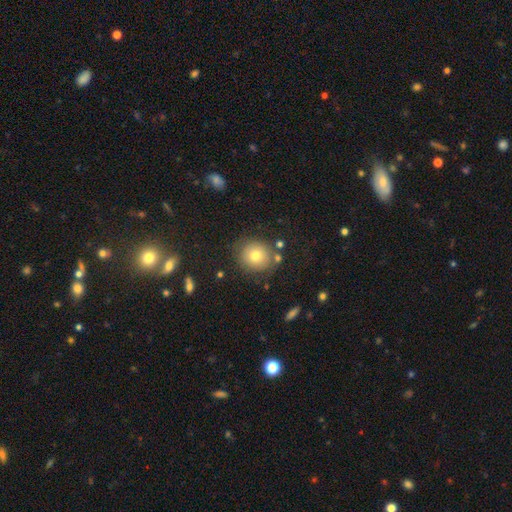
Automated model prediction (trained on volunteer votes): This is likely a smooth galaxy (75%). How rounded: clearly round (86%). Merging: likely none (79%).